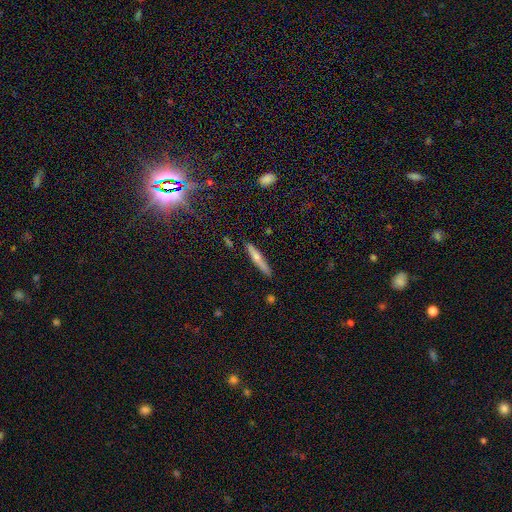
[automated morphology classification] This is possibly a smooth galaxy (51%). How rounded: clearly cigar-shaped (92%). Merging: clearly none (86%).